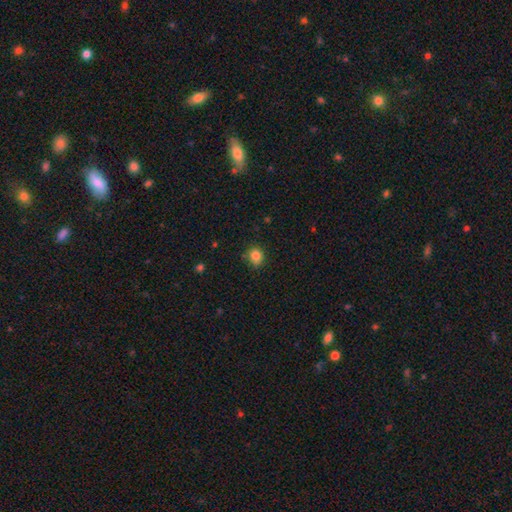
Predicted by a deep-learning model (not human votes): smooth 83%, star or artifact 12%, featured or disk 5%. Down the decision tree: how rounded — round (80%); merging — none (76%).